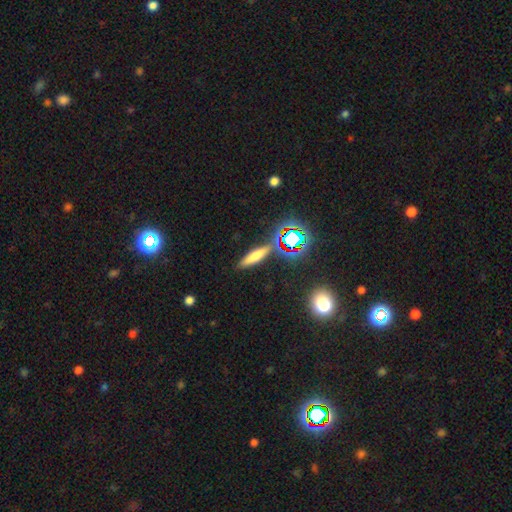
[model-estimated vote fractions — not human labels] The model was most divided on "smooth or featured": smooth: 53%, star or artifact: 24%, featured or disk: 23%. More confident: merging — none (80%); how rounded — cigar-shaped (74%).